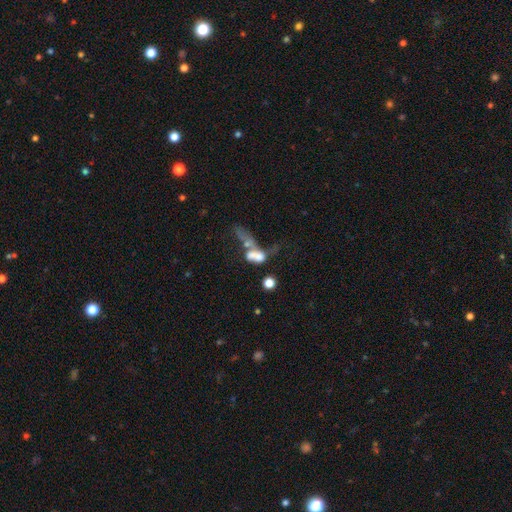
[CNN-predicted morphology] smooth 52%, featured or disk 34%, star or artifact 15%. Down the decision tree: how rounded — in between (69%); merging — merger (56%).